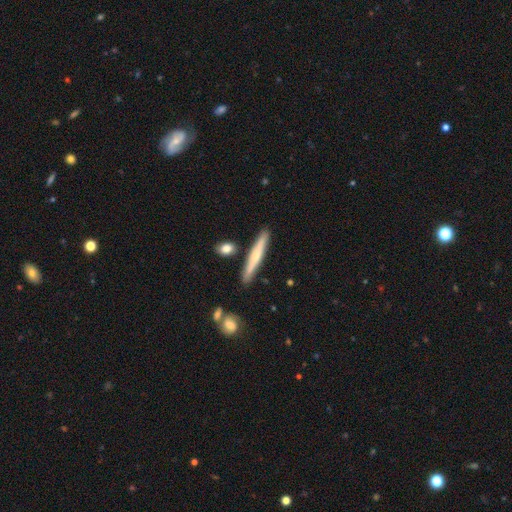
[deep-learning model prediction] smooth 47% (tied), featured or disk 47% (tied), star or artifact 6%. Down the decision tree: merging — none (85%).